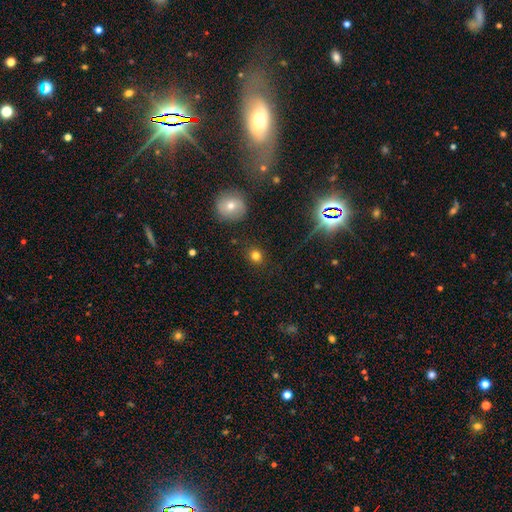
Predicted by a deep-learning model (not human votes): A smooth galaxy with no disk features (78%) that is round (81%). Merging: none (87%).